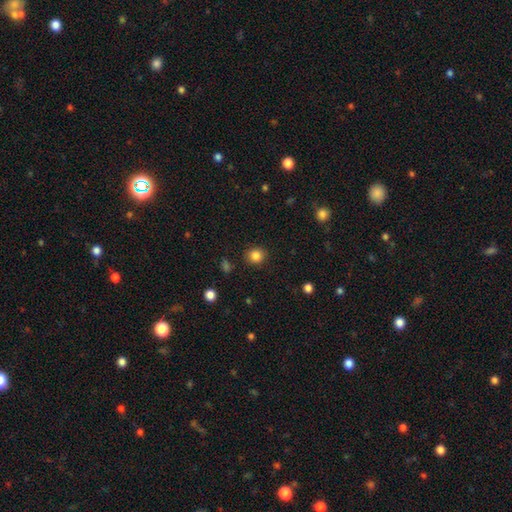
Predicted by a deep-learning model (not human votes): Smooth or featured? smooth (84%)
How rounded? round (86%)
Merging? none (89%)